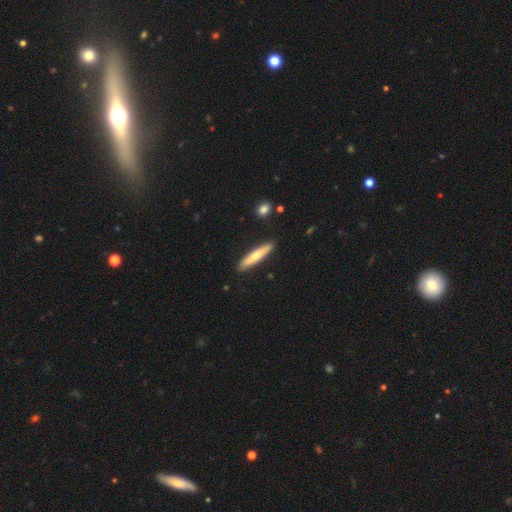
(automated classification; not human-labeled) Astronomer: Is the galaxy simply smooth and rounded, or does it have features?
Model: smooth — 63%.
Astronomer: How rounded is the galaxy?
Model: cigar-shaped — 90%.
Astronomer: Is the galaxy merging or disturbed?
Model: none — 89%.